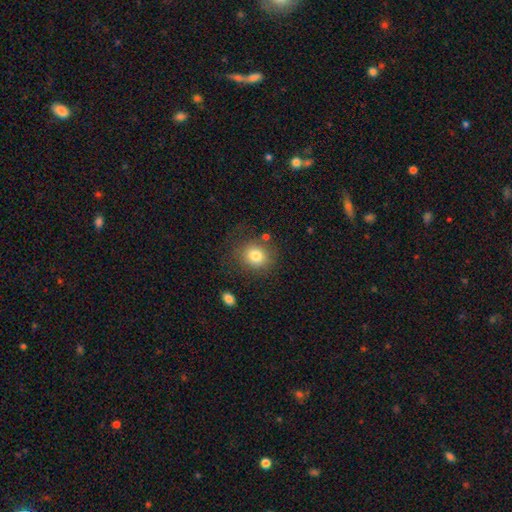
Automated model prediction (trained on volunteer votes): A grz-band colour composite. It shows a smooth galaxy with no disk features (81%) that is round (76%). Merging: none (75%).